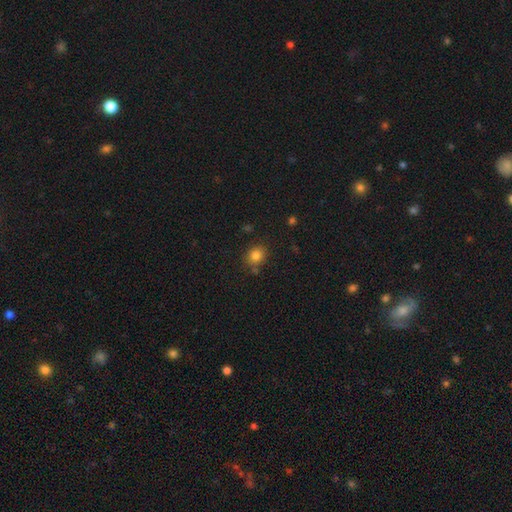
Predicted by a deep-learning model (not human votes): Q: Smooth or featured?
A: smooth (82%); runner-up: star or artifact (12%)
Q: How rounded?
A: round (71%); runner-up: in between (28%)
Q: Merging?
A: none (77%); runner-up: minor disturbance (13%)